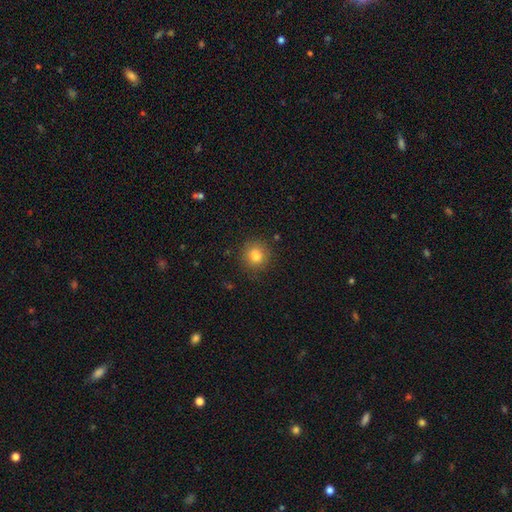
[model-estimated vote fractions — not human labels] Morphology: type=smooth (82%); roundness=round (91%); merging=none (86%).